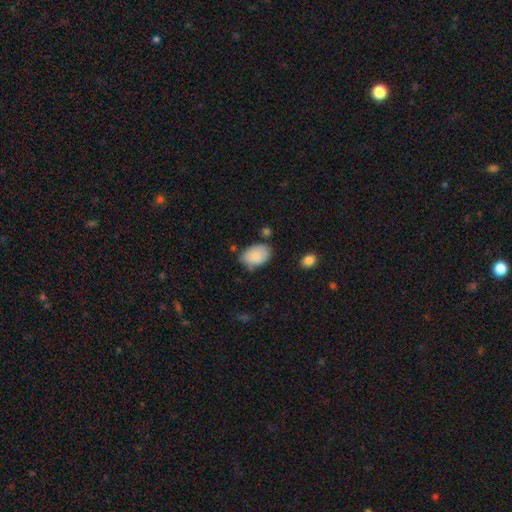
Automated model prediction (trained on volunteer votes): This appears to be a smooth galaxy with no disk features (86%) that is in between round and cigar-shaped (88%). Merging: none (66%).